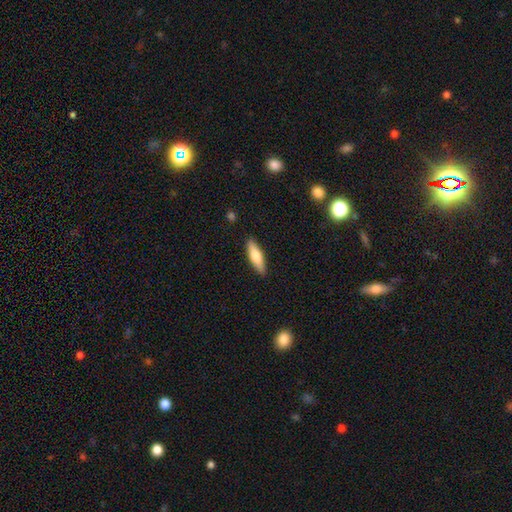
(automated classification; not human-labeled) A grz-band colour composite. It shows a smooth galaxy with no disk features (71%) that is cigar-shaped (60%). Merging: none (89%).